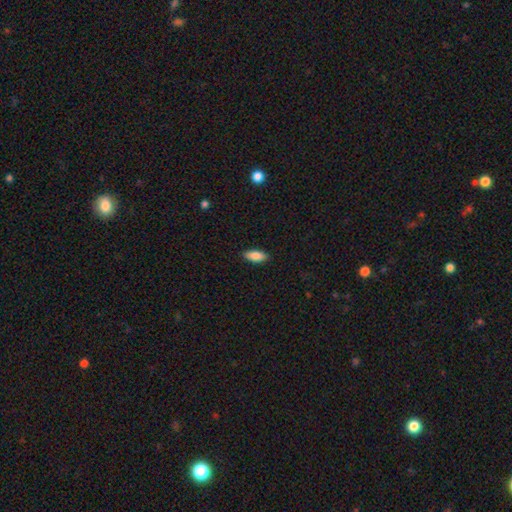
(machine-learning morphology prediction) type=smooth (85%); roundness=in between (83%); merging=none (89%).